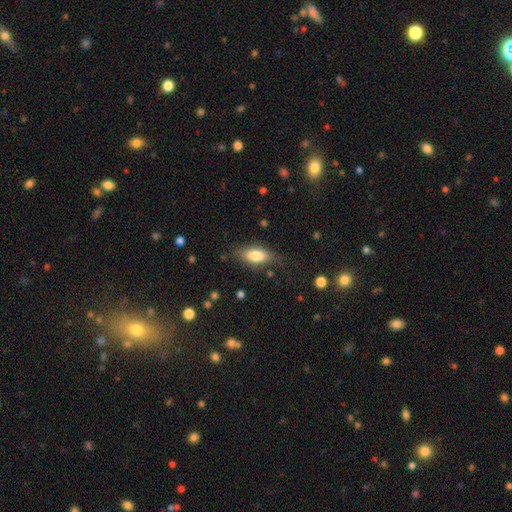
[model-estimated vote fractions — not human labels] Q: Smooth or featured?
A: smooth (76%); runner-up: featured or disk (17%)
Q: How rounded?
A: in between (78%); runner-up: cigar-shaped (19%)
Q: Merging?
A: none (73%); runner-up: minor disturbance (19%)